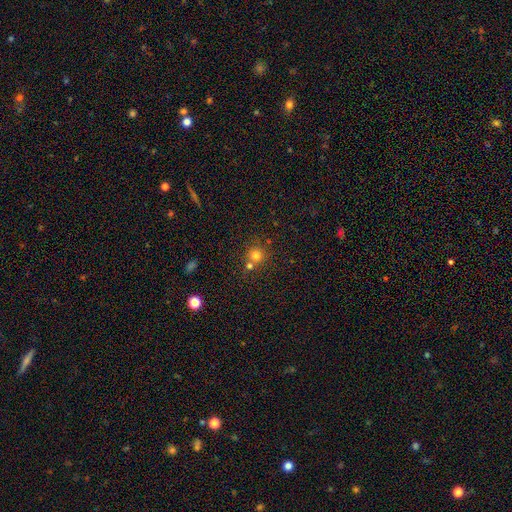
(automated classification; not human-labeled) Smooth or featured? smooth (77%)
How rounded? round (92%)
Merging? none (61%)